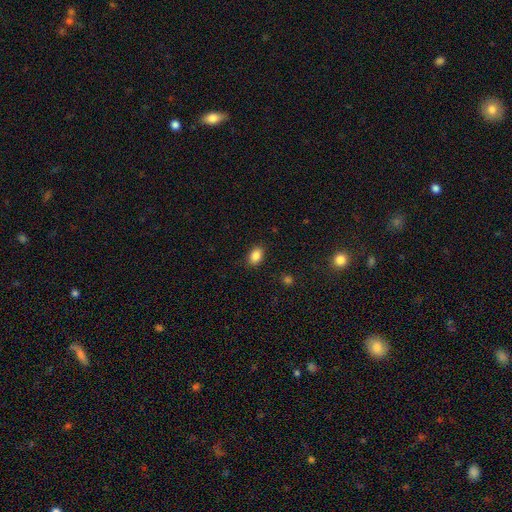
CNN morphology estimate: The model was most divided on "how rounded": in between: 80%, round: 19%, cigar-shaped: 1%. More confident: smooth or featured — smooth (86%); merging — none (86%).